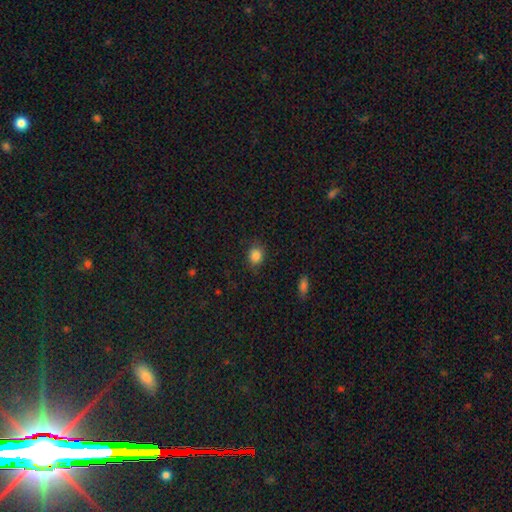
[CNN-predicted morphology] This is clearly a smooth galaxy (85%). How rounded: likely round (62%). Merging: likely none (80%).